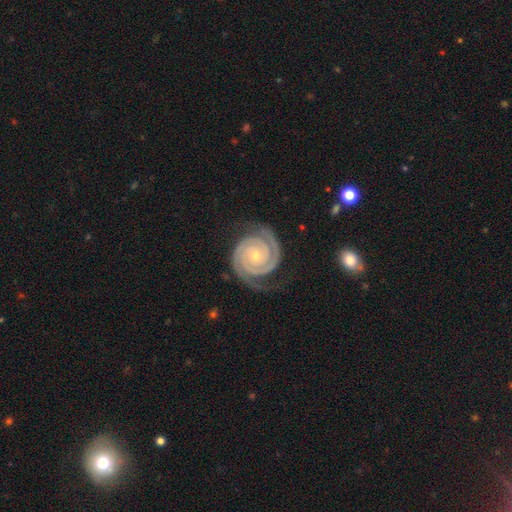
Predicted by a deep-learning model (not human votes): Q: Smooth or featured?
A: featured or disk (94%); runner-up: star or artifact (4%)
Q: Edge-on disk?
A: no (98%); runner-up: yes (2%)
Q: Bar?
A: no (78%); runner-up: weak (14%)
Q: Spiral arms?
A: yes (99%); runner-up: no (1%)
Q: Spiral winding?
A: tight (86%); runner-up: medium (12%)
Q: Spiral arm count?
A: 2 (90%); runner-up: 3 (4%)
Q: Bulge size?
A: small (70%); runner-up: moderate (27%)
Q: Merging?
A: none (81%); runner-up: minor disturbance (13%)